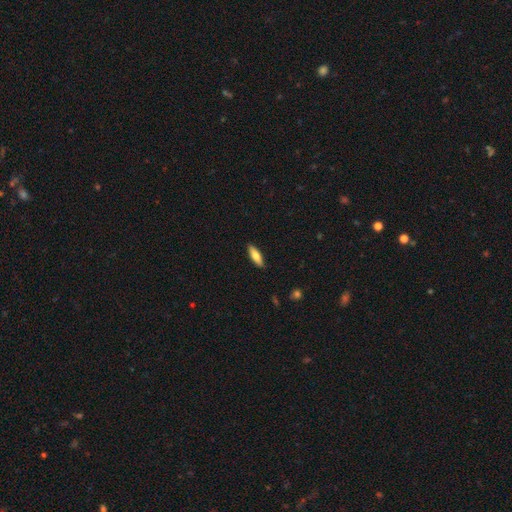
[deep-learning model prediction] Overall: smooth (78%). How rounded: in between (54%; cigar-shaped 44%). Merging: none (89%).